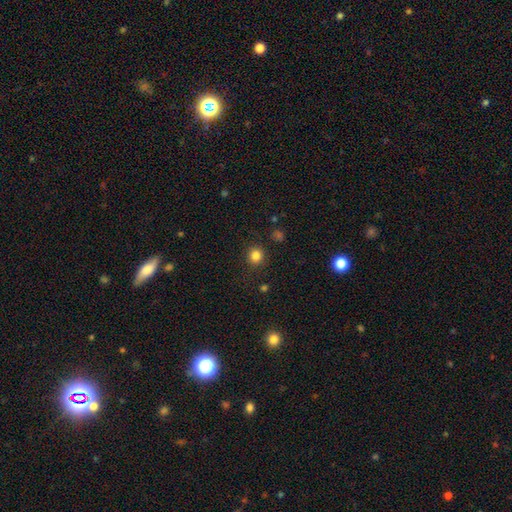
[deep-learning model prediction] Smooth or featured?
  - smooth: 83% *
  - star or artifact: 13%
  - featured or disk: 4%
How rounded?
  - round: 91% *
  - in between: 8%
  - cigar-shaped: 1%
Merging?
  - none: 89% *
  - minor disturbance: 7%
  - major disturbance: 3%
  - merger: 1%